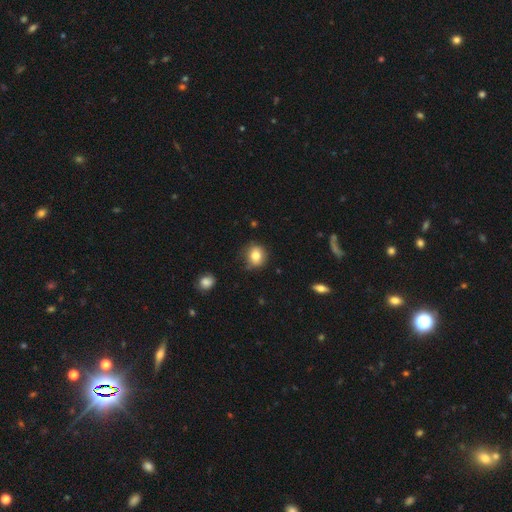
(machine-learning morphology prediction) type=smooth (81%); roundness=round (75%); merging=none (79%).